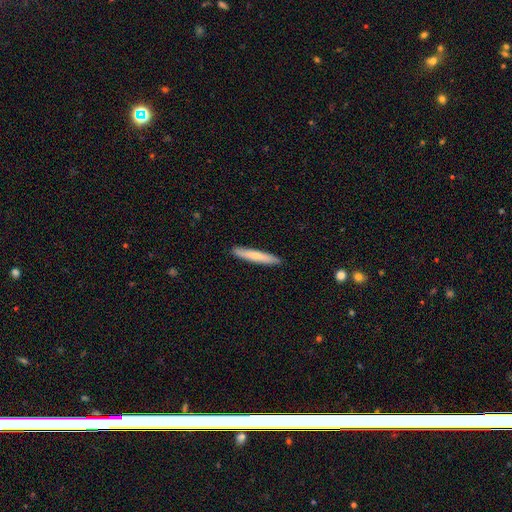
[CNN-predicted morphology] A smooth galaxy with no disk features (63%) that is cigar-shaped (93%).

Vote fractions:
- Smooth or featured? smooth: 63% / featured or disk: 32% / star or artifact: 5%
- How rounded? cigar-shaped: 93% / in between: 5% / round: 1%
- Merging? none: 91% / minor disturbance: 7% / major disturbance: 1% / merger: 1%